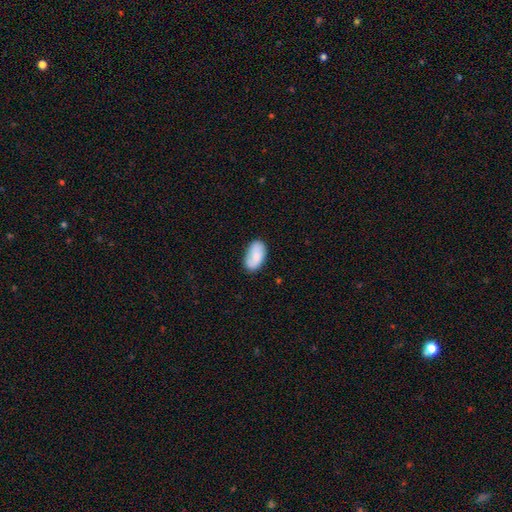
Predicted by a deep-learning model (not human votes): smooth_or_featured: smooth (p=0.71) [alt: featured or disk p=0.22]
how_rounded: in between (p=0.94) [alt: round p=0.04]
merging: none (p=0.76) [alt: minor disturbance p=0.18]